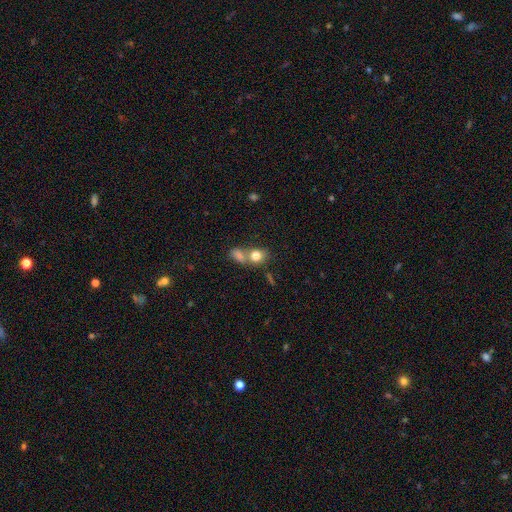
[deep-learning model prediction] Overall: smooth (79%). How rounded: round (52%; in between 46%). Merging: merger (55%; none 31%).